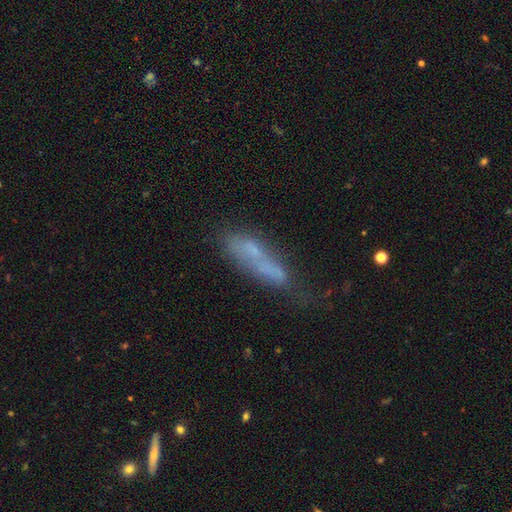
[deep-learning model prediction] The model was most divided on "smooth or featured": smooth: 50%, featured or disk: 36%, star or artifact: 14%. Remaining: merging — none (40%).